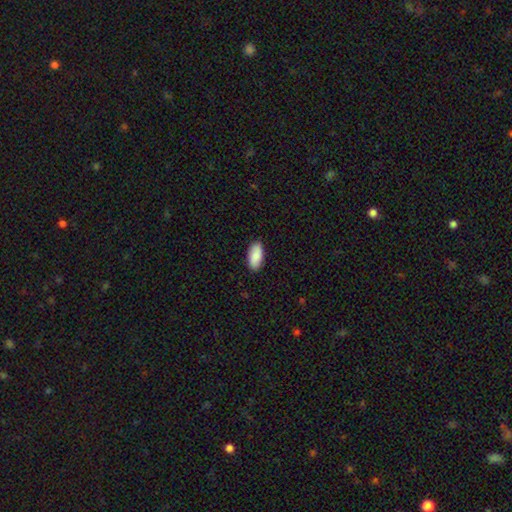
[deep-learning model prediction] Smooth or featured? Predicted: smooth (p=0.89). How rounded? Predicted: in between (p=0.93). Merging? Predicted: none (p=0.89).